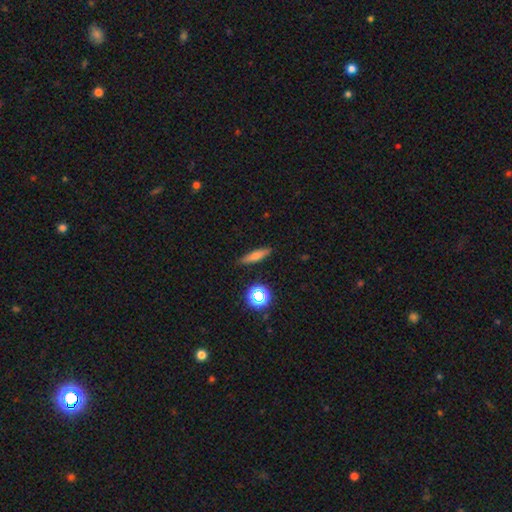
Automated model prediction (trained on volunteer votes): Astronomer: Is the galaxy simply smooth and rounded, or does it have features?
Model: smooth — 68%.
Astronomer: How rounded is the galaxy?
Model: cigar-shaped — 70%.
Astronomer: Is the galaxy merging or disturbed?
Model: none — 86%.